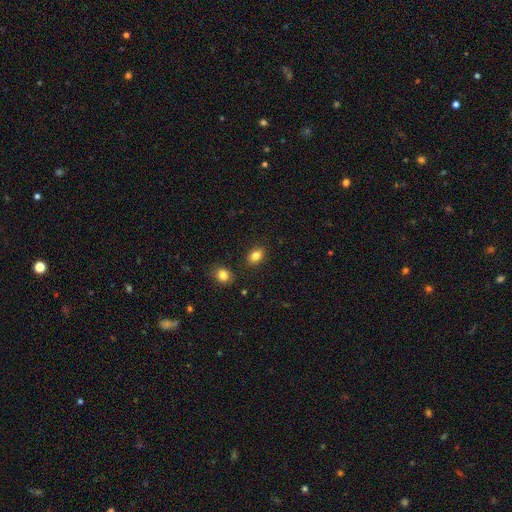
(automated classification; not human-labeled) The model was most divided on "how rounded": in between: 78%, round: 21%, cigar-shaped: 2%. More confident: merging — none (85%); smooth or featured — smooth (84%).